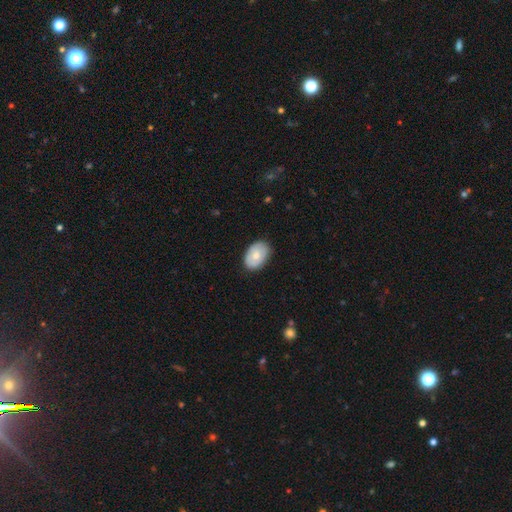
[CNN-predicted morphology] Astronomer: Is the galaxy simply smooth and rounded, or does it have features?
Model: smooth — 72%.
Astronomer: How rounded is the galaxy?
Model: in between — 86%.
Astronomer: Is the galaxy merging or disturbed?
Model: none — 84%.